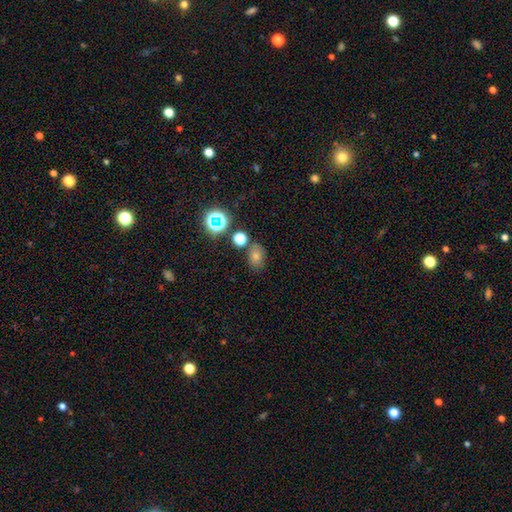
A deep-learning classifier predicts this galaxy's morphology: Smooth or featured? smooth (70%)
How rounded? in between (68%)
Merging? none (72%)